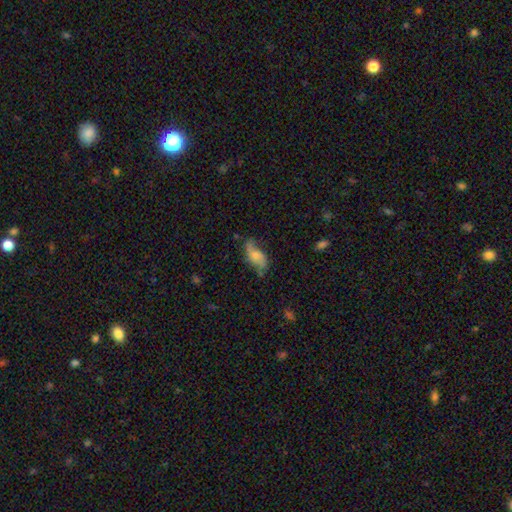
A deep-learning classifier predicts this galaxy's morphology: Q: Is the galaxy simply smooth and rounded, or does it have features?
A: featured or disk — 48%.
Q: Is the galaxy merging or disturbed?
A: none — 52%.